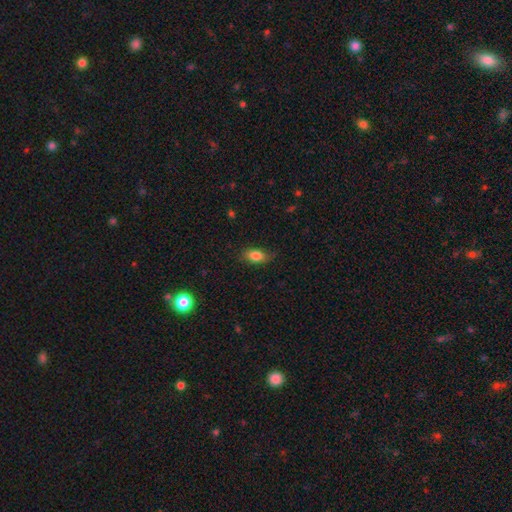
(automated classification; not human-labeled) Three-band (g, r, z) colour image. It shows a smooth galaxy with no disk features (84%) that is in between round and cigar-shaped (86%). Merging: none (76%).